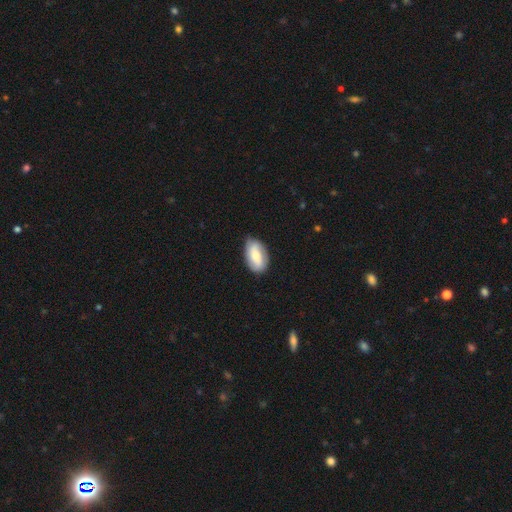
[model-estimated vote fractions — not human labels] Overall: smooth (62%; featured or disk 32%). How rounded: in between (92%). Merging: none (80%).